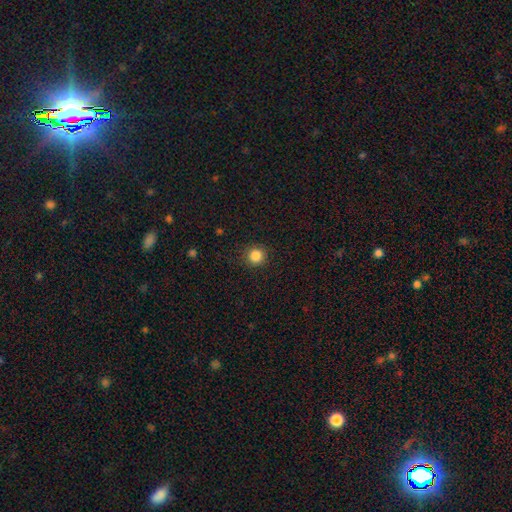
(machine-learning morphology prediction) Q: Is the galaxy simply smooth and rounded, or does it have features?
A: smooth — 85%.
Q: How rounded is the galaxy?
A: round — 94%.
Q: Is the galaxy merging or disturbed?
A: none — 90%.